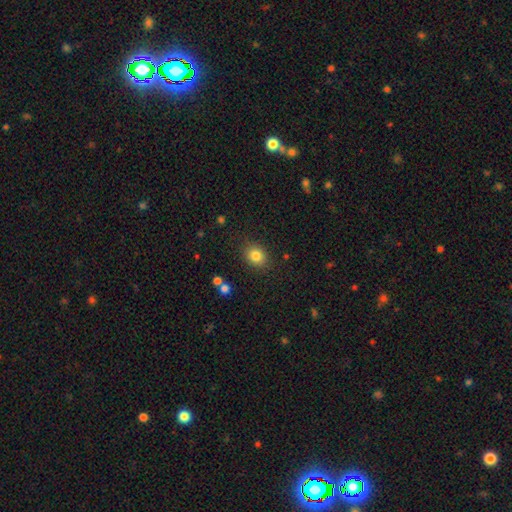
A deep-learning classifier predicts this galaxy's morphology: Smooth or featured?
  - smooth: 83% *
  - star or artifact: 10%
  - featured or disk: 7%
How rounded?
  - round: 52% *
  - in between: 48%
  - cigar-shaped: 1%
Merging?
  - none: 85% *
  - minor disturbance: 10%
  - major disturbance: 3%
  - merger: 2%